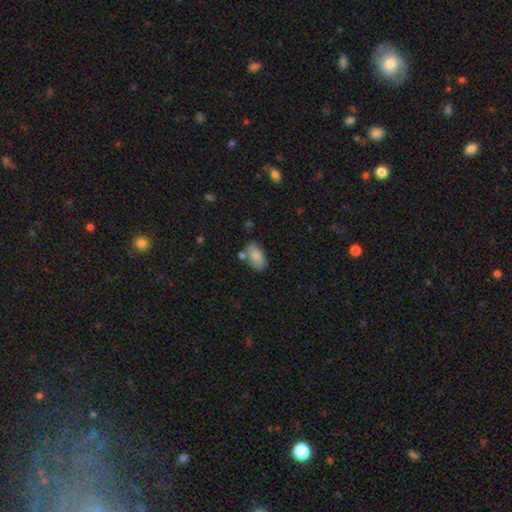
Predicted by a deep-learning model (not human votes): smooth 85%, featured or disk 9%, star or artifact 7%. Down the decision tree: how rounded — in between (93%); merging — none (67%).